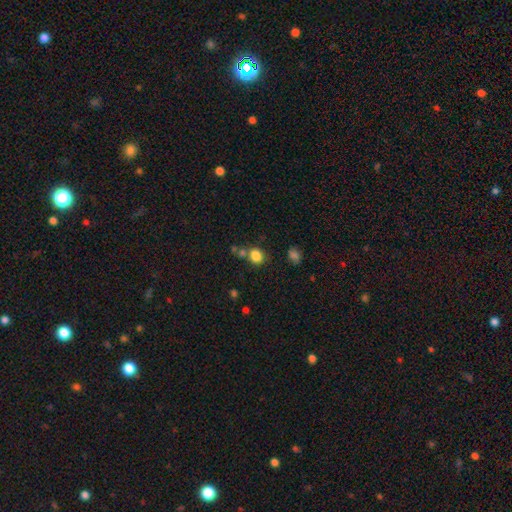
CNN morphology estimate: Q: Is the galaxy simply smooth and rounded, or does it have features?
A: smooth — 82%.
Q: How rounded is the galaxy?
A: round — 74%.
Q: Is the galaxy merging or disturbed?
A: none — 66%.